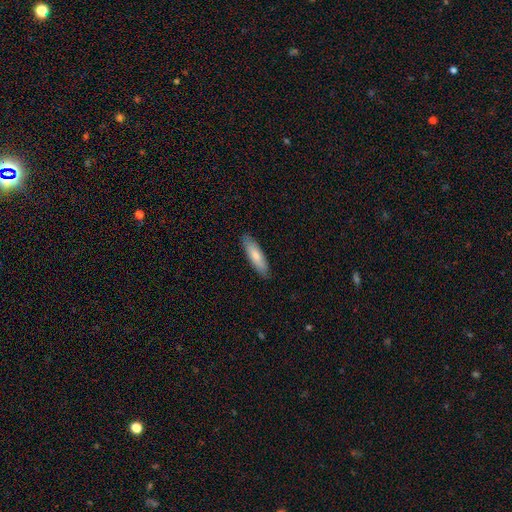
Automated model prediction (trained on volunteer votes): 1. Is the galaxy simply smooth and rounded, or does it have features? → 75% smooth, 20% featured or disk, 5% star or artifact.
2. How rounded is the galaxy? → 58% cigar-shaped, 40% in between, 1% round.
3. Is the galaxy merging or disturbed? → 86% none, 11% minor disturbance, 2% major disturbance, 1% merger.